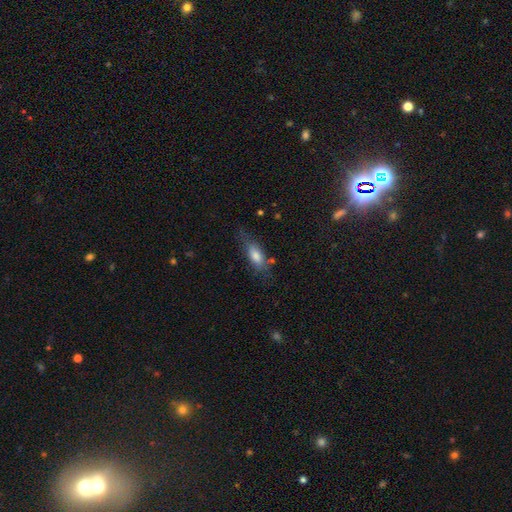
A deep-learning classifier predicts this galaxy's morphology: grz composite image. It shows a smooth galaxy with no disk features (73%) that is in between round and cigar-shaped (71%). Merging: none (61%).